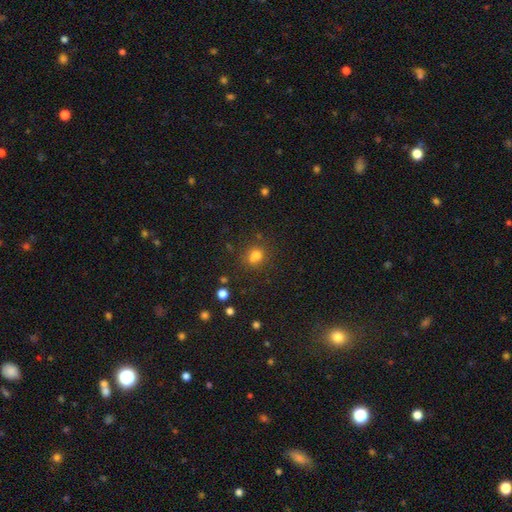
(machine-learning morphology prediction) The model was most divided on "merging": none: 55%, merger: 27%, minor disturbance: 13%, major disturbance: 5%. More confident: smooth or featured — smooth (73%); how rounded — round (72%).